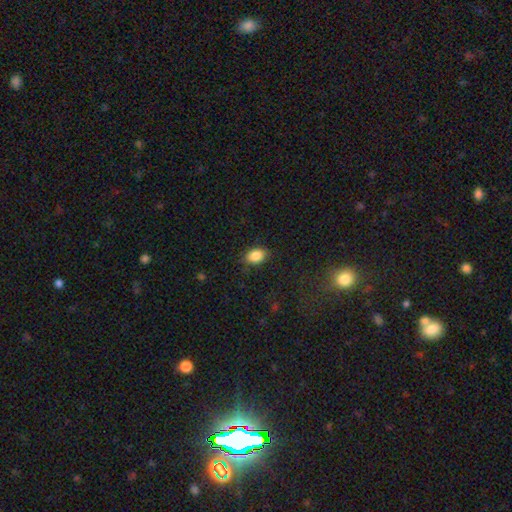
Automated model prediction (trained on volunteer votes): Overall: smooth (86%). How rounded: in between (82%). Merging: none (83%).